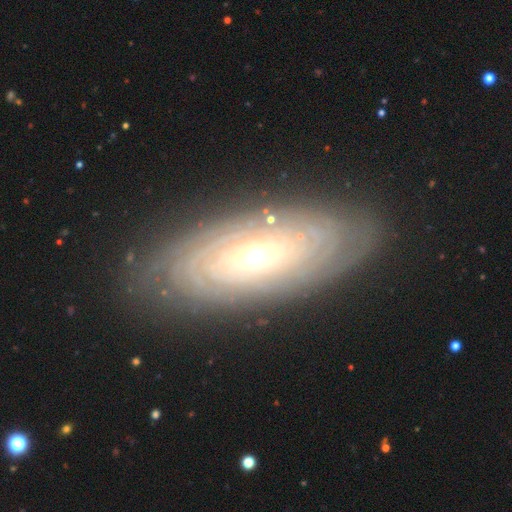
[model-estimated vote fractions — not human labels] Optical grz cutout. It shows a featured or disk galaxy (81%) with no bar (61%), tight (87%) spiral arms (91%) and a moderate central bulge (48%). Merging: none (83%).